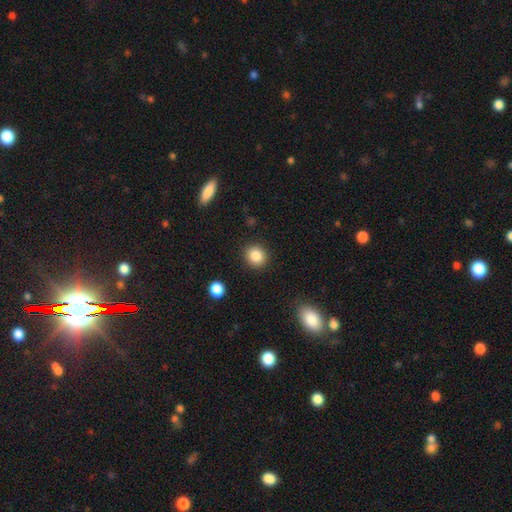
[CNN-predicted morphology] smooth 86%, star or artifact 9%, featured or disk 4%. Down the decision tree: how rounded — round (83%); merging — none (90%).